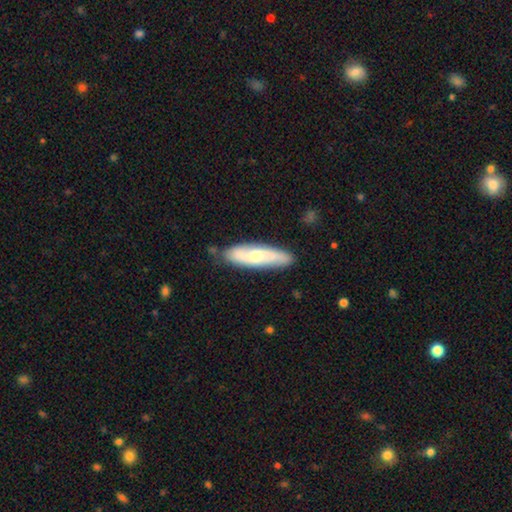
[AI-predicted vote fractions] Smooth or featured? featured or disk (51%)
Edge-on disk? no (69%)
Merging? none (81%)